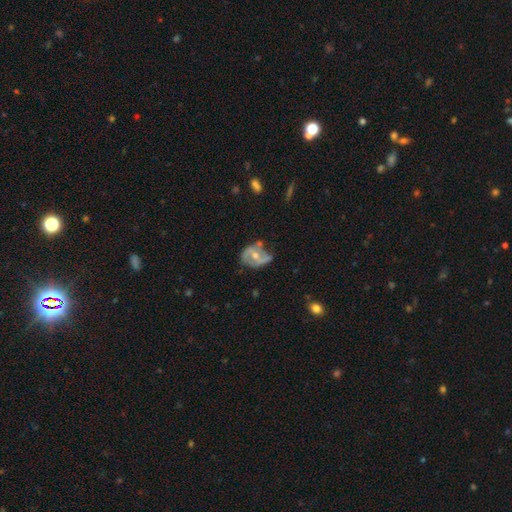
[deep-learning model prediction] featured or disk 72%, smooth 22%, star or artifact 7%. Down the decision tree: edge-on disk — no (96%); bar — no (50%); spiral arms — yes (70%); bulge size — moderate (61%); merging — none (39%).